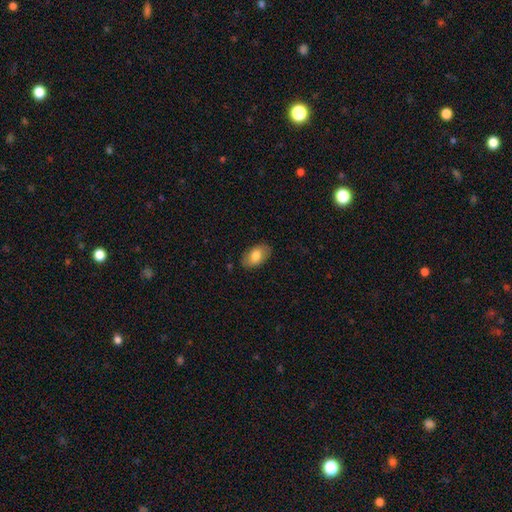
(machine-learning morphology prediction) This appears to be a smooth galaxy with no disk features (79%) that is in between round and cigar-shaped (93%). Merging: none (85%).